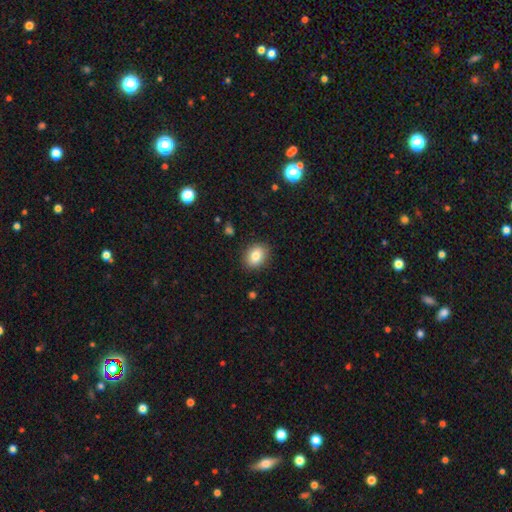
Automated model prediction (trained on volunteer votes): smooth_or_featured: smooth (p=0.83) [alt: star or artifact p=0.09]
how_rounded: in between (p=0.59) [alt: round p=0.40]
merging: none (p=0.88) [alt: minor disturbance p=0.08]